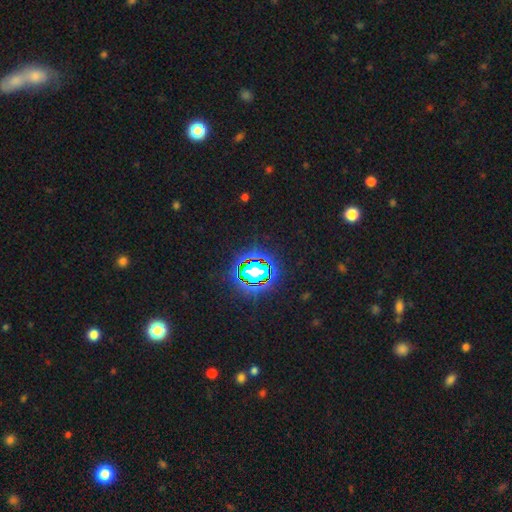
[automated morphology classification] smooth-or-featured: star or artifact: 82% | smooth: 11% | featured or disk: 6%